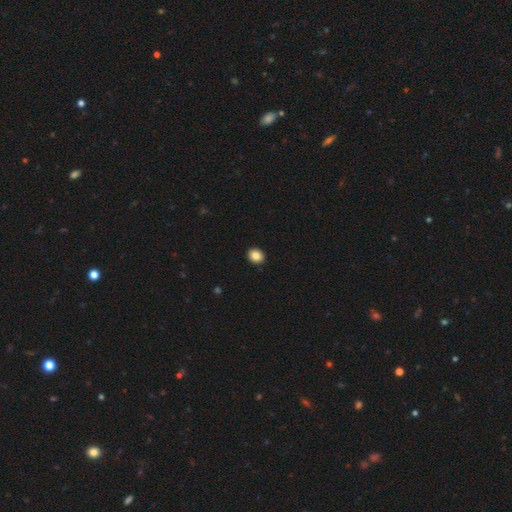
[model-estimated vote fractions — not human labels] Smooth or featured? smooth (86%)
How rounded? round (64%)
Merging? none (92%)